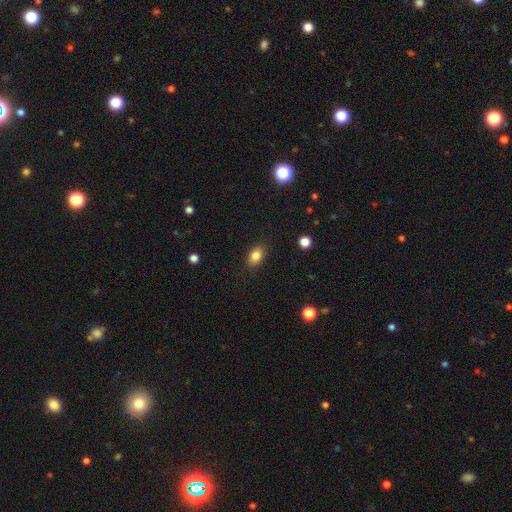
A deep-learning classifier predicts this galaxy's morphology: Smooth or featured: smooth — 84% (star or artifact — 10%)
How rounded: in between — 80% (round — 18%)
Merging: none — 87% (minor disturbance — 10%)